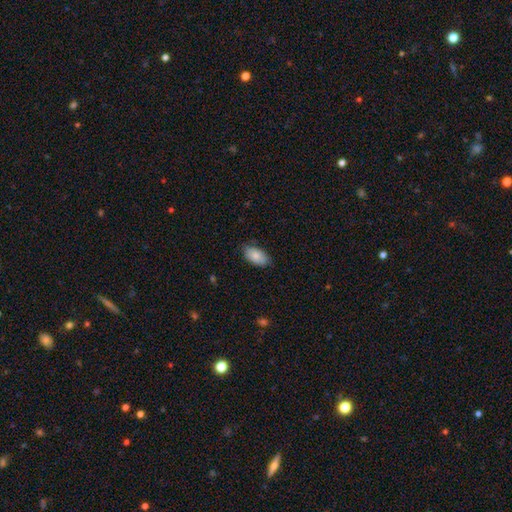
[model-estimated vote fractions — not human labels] This is clearly a smooth galaxy (83%). How rounded: clearly in between (94%). Merging: likely none (78%).